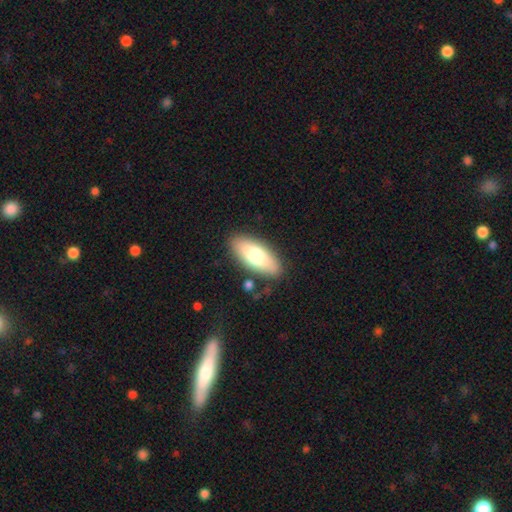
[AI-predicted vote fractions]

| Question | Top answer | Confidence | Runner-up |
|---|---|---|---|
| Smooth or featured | smooth | 73% | featured or disk (21%) |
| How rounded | in between | 80% | cigar-shaped (18%) |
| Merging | none | 84% | minor disturbance (10%) |